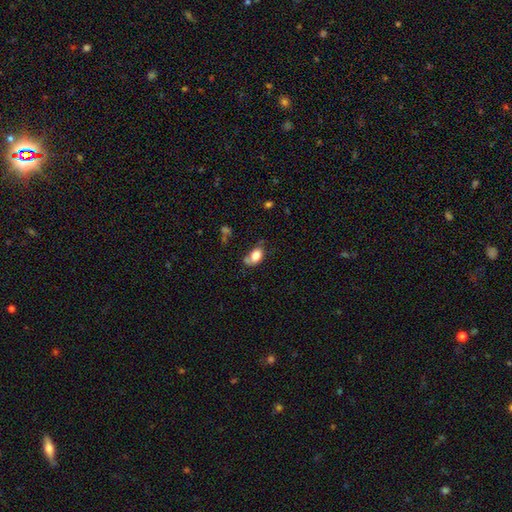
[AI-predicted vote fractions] A smooth galaxy with no disk features (80%) that is in between round and cigar-shaped (87%). Merging: none (51%).